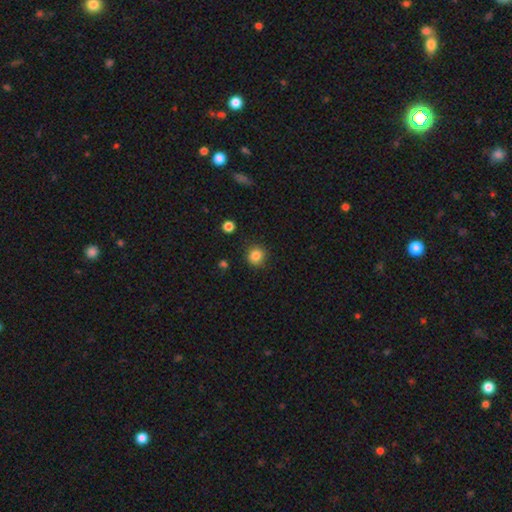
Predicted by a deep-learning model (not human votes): Smooth or featured? smooth (84%)
How rounded? round (92%)
Merging? none (88%)